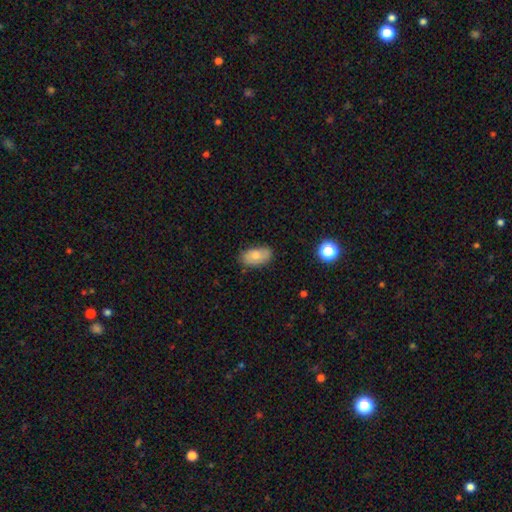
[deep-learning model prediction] A smooth galaxy with no disk features (70%) that is in between round and cigar-shaped (92%). Merging: none (75%).